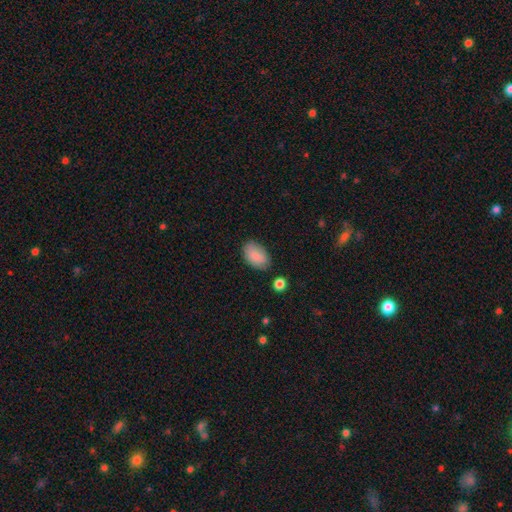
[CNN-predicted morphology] smooth_or_featured: smooth (p=0.88) [alt: star or artifact p=0.07]
how_rounded: in between (p=0.92) [alt: round p=0.06]
merging: none (p=0.79) [alt: minor disturbance p=0.15]